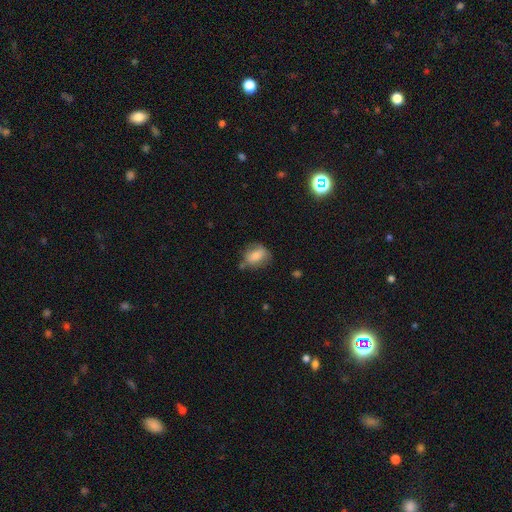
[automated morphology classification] Q: Smooth or featured?
A: smooth (76%); runner-up: featured or disk (15%)
Q: How rounded?
A: in between (63%); runner-up: round (36%)
Q: Merging?
A: none (58%); runner-up: minor disturbance (27%)